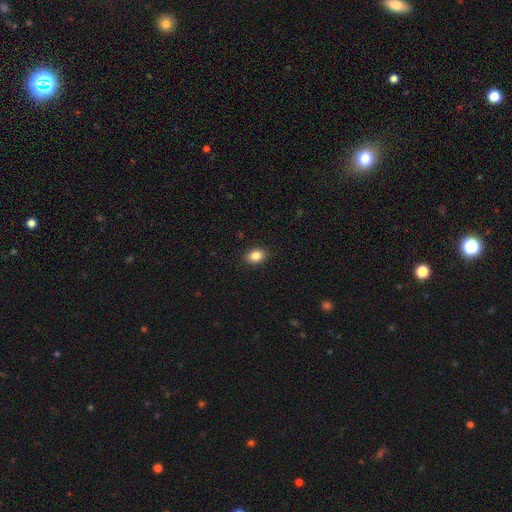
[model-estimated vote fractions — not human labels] This appears to be a smooth galaxy with no disk features (86%) that is in between round and cigar-shaped (72%). Merging: none (90%).